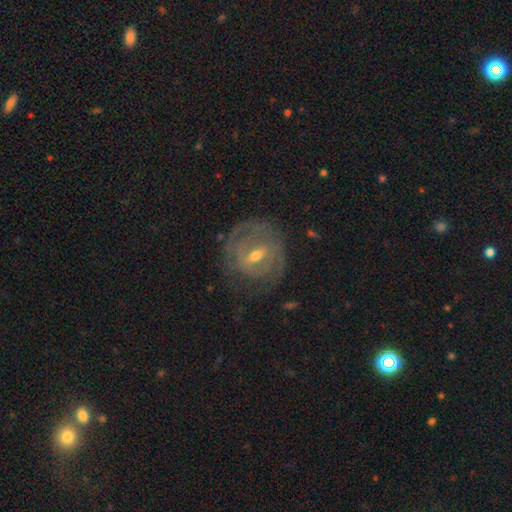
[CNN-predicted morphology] Smooth or featured: featured or disk — 82% (smooth — 11%)
Edge-on disk: no — 94% (yes — 6%)
Bar: weak — 49% (strong — 36%)
Spiral arms: yes — 83% (no — 17%)
Spiral winding: tight — 65% (medium — 26%)
Spiral arm count: can't tell — 39% (2 — 37%)
Bulge size: moderate — 60% (small — 35%)
Merging: none — 71% (minor disturbance — 18%)